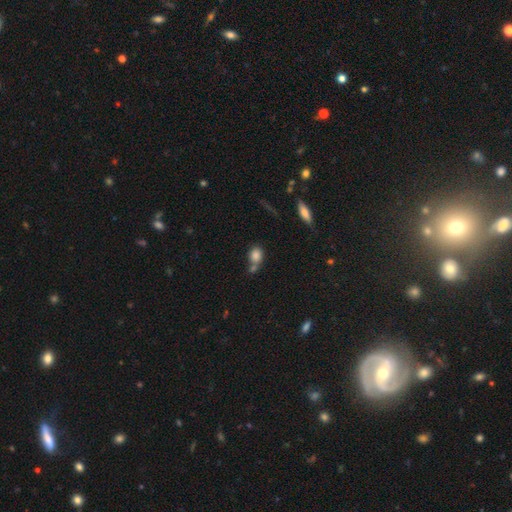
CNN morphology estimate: Smooth or featured? smooth (82%)
How rounded? round (49%, tied with in between)
Merging? none (45%)